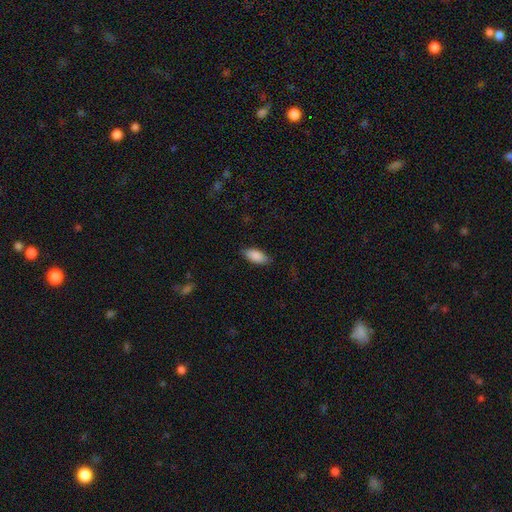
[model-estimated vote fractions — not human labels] Smooth or featured? smooth (88%)
How rounded? in between (90%)
Merging? none (81%)